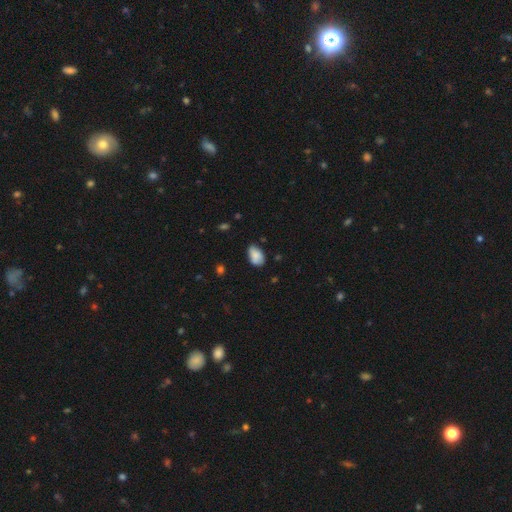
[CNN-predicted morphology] The model was most divided on "merging": none: 61%, minor disturbance: 32%, major disturbance: 5%, merger: 2%. More confident: how rounded — in between (90%); smooth or featured — smooth (83%).